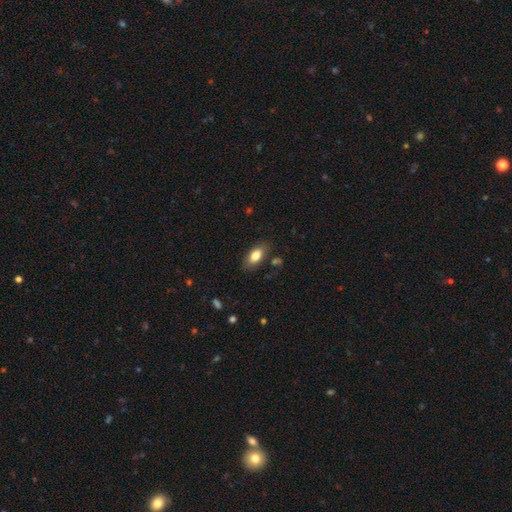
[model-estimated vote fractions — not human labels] The model was most divided on "merging": none: 81%, minor disturbance: 14%, major disturbance: 4%, merger: 2%. More confident: how rounded — in between (90%); smooth or featured — smooth (81%).